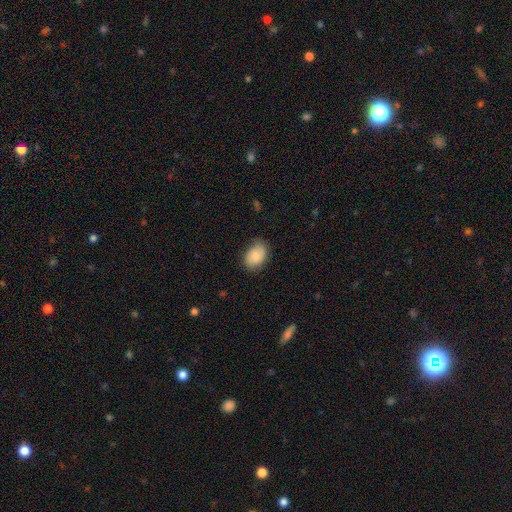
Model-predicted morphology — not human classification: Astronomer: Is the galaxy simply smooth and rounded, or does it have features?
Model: smooth — 84%.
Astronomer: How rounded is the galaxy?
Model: in between — 79%.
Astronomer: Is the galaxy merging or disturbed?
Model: none — 77%.